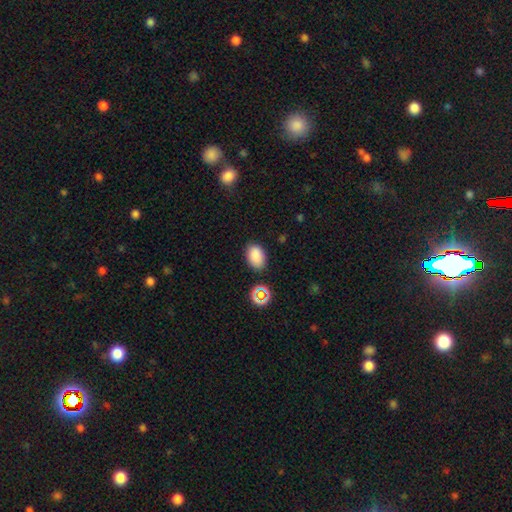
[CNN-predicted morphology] A smooth galaxy with no disk features (84%) that is in between round and cigar-shaped (86%).

Vote fractions:
- Smooth or featured? smooth: 84% / star or artifact: 11% / featured or disk: 5%
- How rounded? in between: 86% / round: 13% / cigar-shaped: 1%
- Merging? none: 82% / minor disturbance: 12% / major disturbance: 3% / merger: 3%